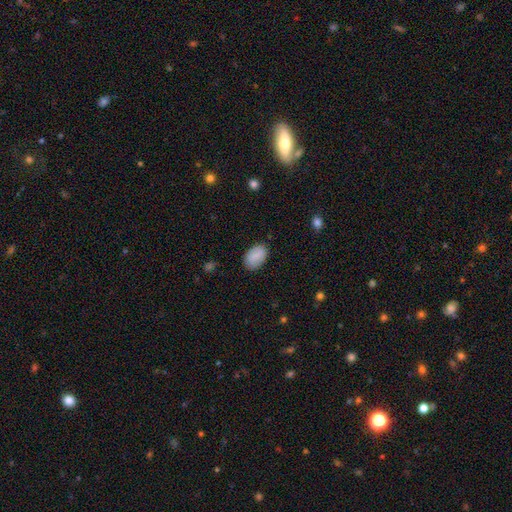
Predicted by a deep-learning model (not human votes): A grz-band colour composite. It shows a smooth galaxy with no disk features (86%) that is in between round and cigar-shaped (89%). Merging: none (85%).